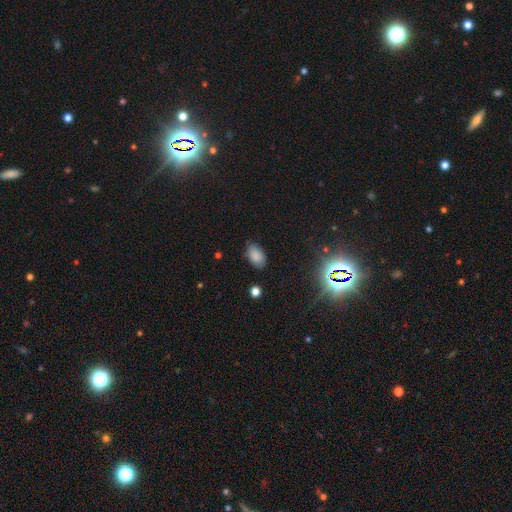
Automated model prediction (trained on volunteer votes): Smooth or featured?
  - smooth: 83% *
  - star or artifact: 11%
  - featured or disk: 6%
How rounded?
  - in between: 92% *
  - round: 7%
  - cigar-shaped: 2%
Merging?
  - none: 77% *
  - minor disturbance: 18%
  - major disturbance: 4%
  - merger: 2%